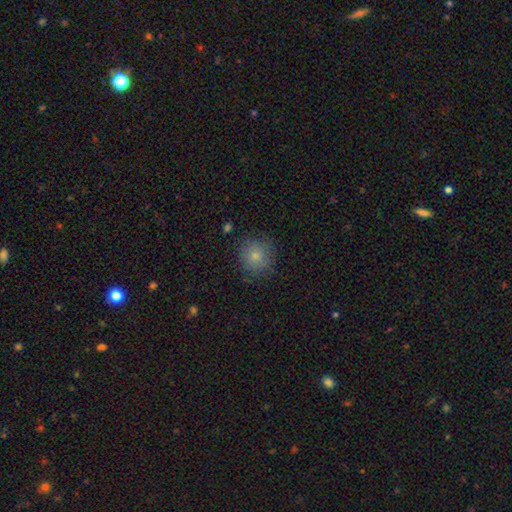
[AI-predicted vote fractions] This appears to be a smooth galaxy with no disk features (75%) that is round (92%). Merging: none (84%).